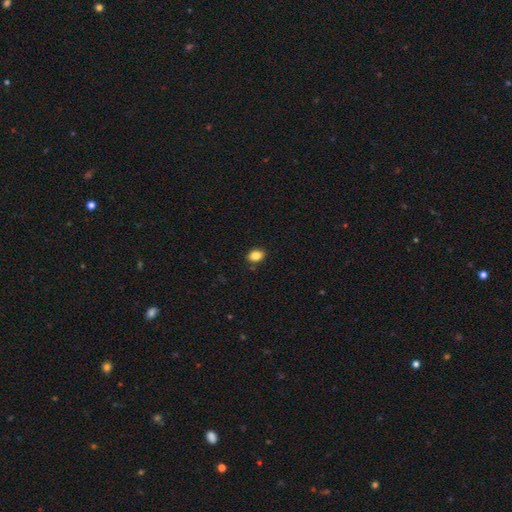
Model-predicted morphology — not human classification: A smooth galaxy with no disk features (86%) that is in between round and cigar-shaped (72%). Merging: none (88%).